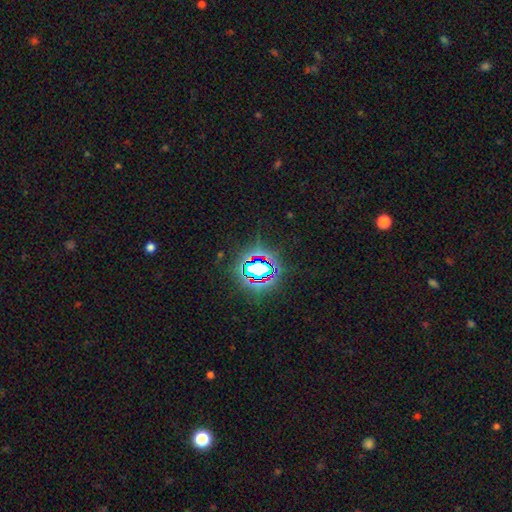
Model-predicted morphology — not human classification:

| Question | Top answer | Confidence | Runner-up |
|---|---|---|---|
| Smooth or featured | star or artifact | 80% | smooth (12%) |